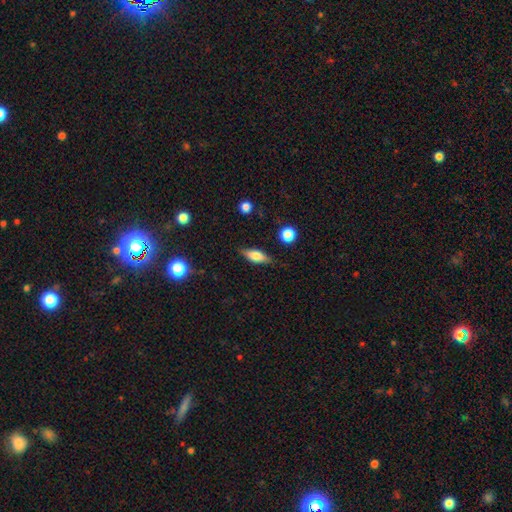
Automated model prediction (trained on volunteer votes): Smooth or featured? smooth (56%)
How rounded? in between (66%)
Merging? none (82%)